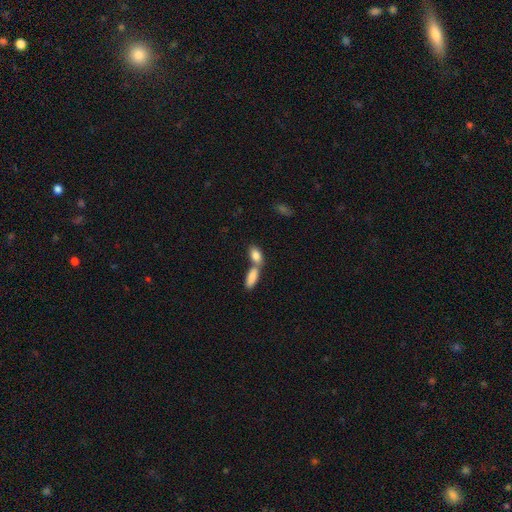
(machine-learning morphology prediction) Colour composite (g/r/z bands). It shows a smooth galaxy with no disk features (84%) that is in between round and cigar-shaped (86%). Merging: merger (61%).